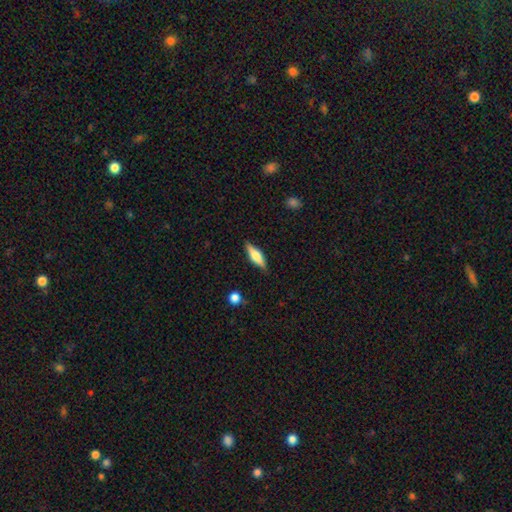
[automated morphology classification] The model was most divided on "smooth or featured": smooth: 47%, featured or disk: 46%, star or artifact: 7%. More confident: merging — none (86%).